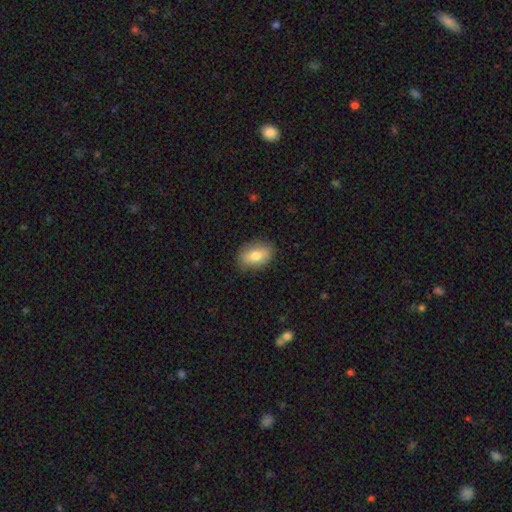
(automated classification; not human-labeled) smooth-or-featured: smooth: 78% | featured or disk: 15% | star or artifact: 7%
  how-rounded: in between: 85% | round: 13% | cigar-shaped: 2%
  merging: none: 85% | minor disturbance: 12% | major disturbance: 3% | merger: 1%